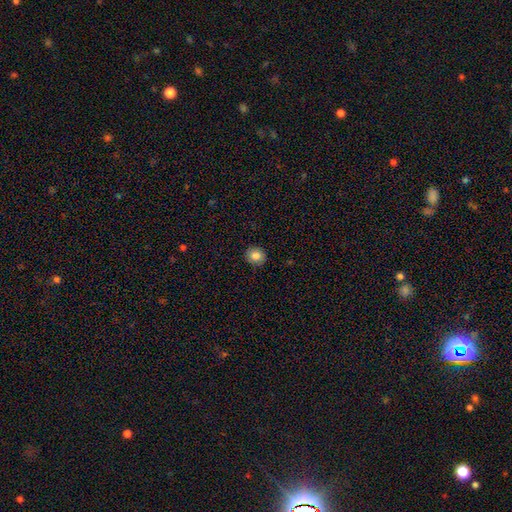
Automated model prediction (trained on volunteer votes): Smooth or featured?
  - smooth: 84% *
  - star or artifact: 10%
  - featured or disk: 6%
How rounded?
  - round: 81% *
  - in between: 18%
  - cigar-shaped: 1%
Merging?
  - none: 90% *
  - minor disturbance: 8%
  - major disturbance: 2%
  - merger: 1%